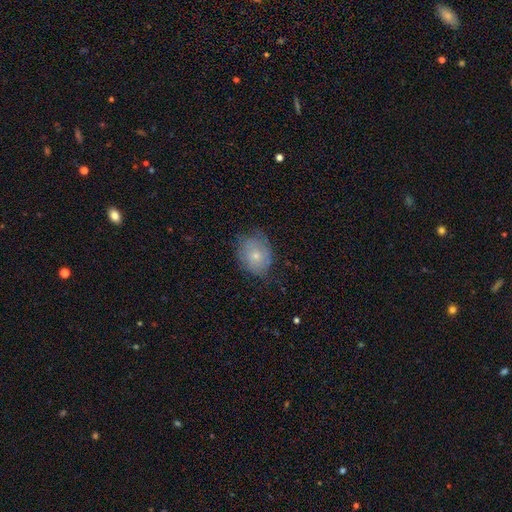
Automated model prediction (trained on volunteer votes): Smooth or featured?
  - smooth: 67% *
  - featured or disk: 25%
  - star or artifact: 8%
How rounded?
  - in between: 53% *
  - round: 46%
  - cigar-shaped: 1%
Merging?
  - none: 65% *
  - minor disturbance: 26%
  - major disturbance: 8%
  - merger: 1%